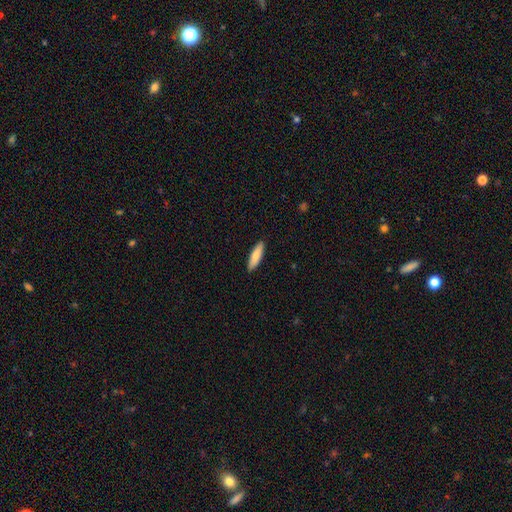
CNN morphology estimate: Smooth or featured? Predicted: smooth (p=0.82). How rounded? Predicted: cigar-shaped (p=0.64). Merging? Predicted: none (p=0.90).